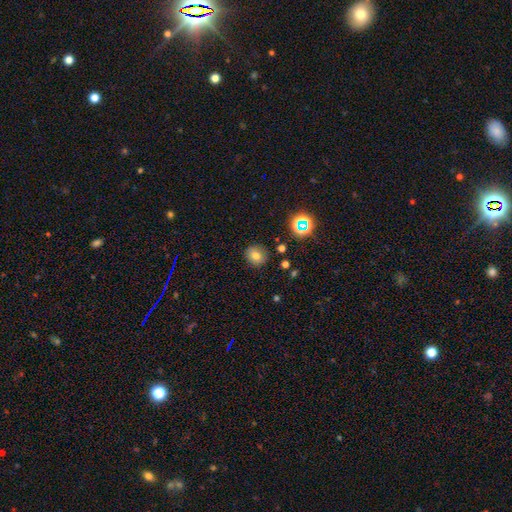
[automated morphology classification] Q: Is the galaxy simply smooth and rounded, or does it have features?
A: smooth — 72%.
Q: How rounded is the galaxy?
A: round — 85%.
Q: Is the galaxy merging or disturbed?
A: none — 87%.